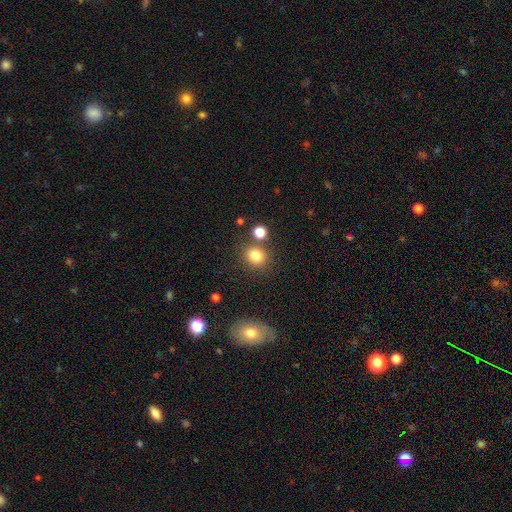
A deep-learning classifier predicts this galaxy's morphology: type=smooth (81%); roundness=round (76%); merging=none (75%).